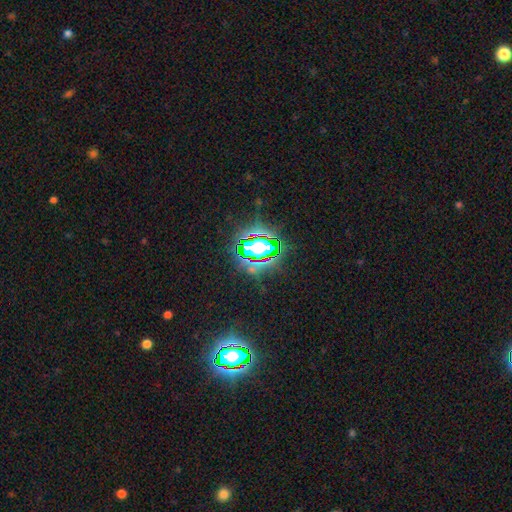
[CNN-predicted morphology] This is likely a star or artifact rather than a galaxy (74%).